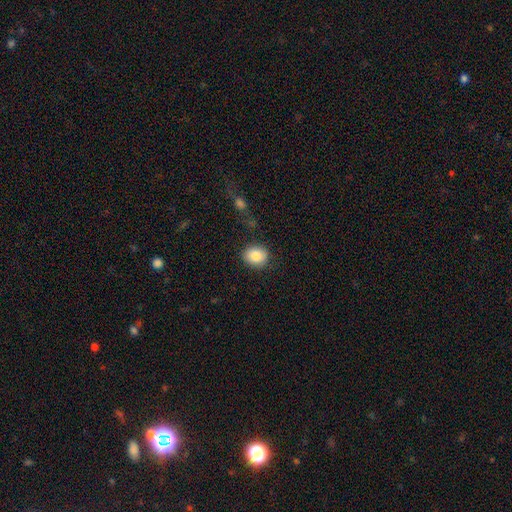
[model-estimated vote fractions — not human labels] Morphology: type=smooth (85%); roundness=round (63%); merging=none (84%).